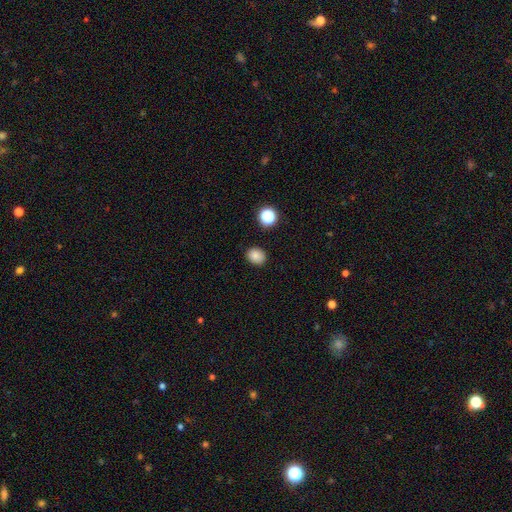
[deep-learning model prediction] smooth-or-featured: smooth: 84% | star or artifact: 12% | featured or disk: 4%
  how-rounded: round: 56% | in between: 43% | cigar-shaped: 1%
  merging: none: 88% | minor disturbance: 8% | major disturbance: 2% | merger: 2%